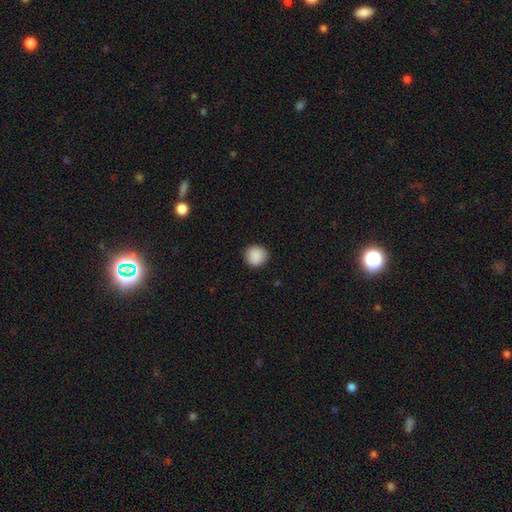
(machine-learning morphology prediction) smooth_or_featured: smooth (p=0.90) [alt: star or artifact p=0.08]
how_rounded: round (p=0.90) [alt: in between p=0.09]
merging: none (p=0.90) [alt: minor disturbance p=0.07]